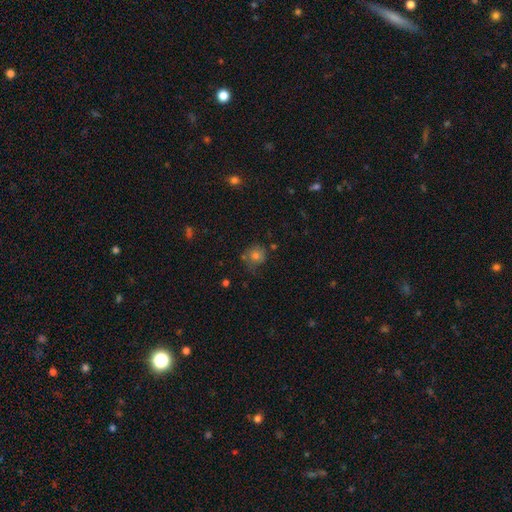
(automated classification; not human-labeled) Smooth or featured? smooth (68%)
How rounded? round (84%)
Merging? none (64%)